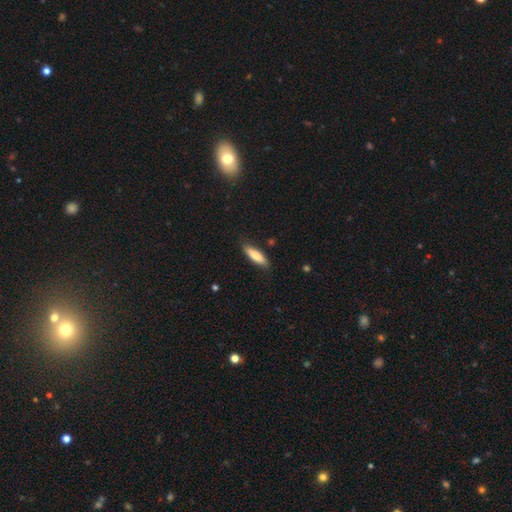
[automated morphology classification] The model was most divided on "how rounded": cigar-shaped: 56%, in between: 42%, round: 2%. More confident: merging — none (81%); smooth or featured — smooth (81%).